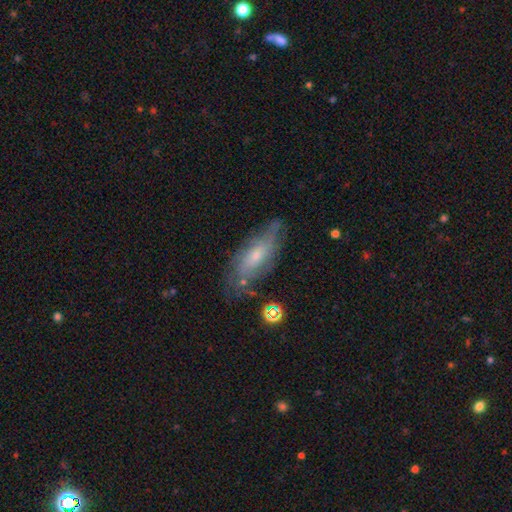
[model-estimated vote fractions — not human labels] Smooth or featured? featured or disk (55%)
Edge-on disk? no (78%)
Merging? none (61%)